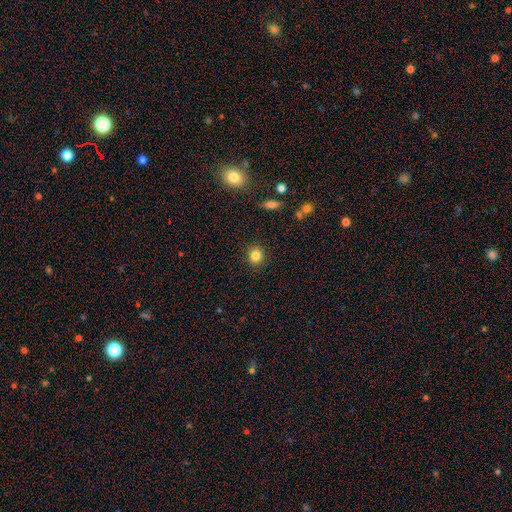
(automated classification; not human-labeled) Smooth or featured?
  - smooth: 84% *
  - star or artifact: 11%
  - featured or disk: 5%
How rounded?
  - round: 87% *
  - in between: 12%
  - cigar-shaped: 1%
Merging?
  - none: 90% *
  - minor disturbance: 6%
  - major disturbance: 2%
  - merger: 1%